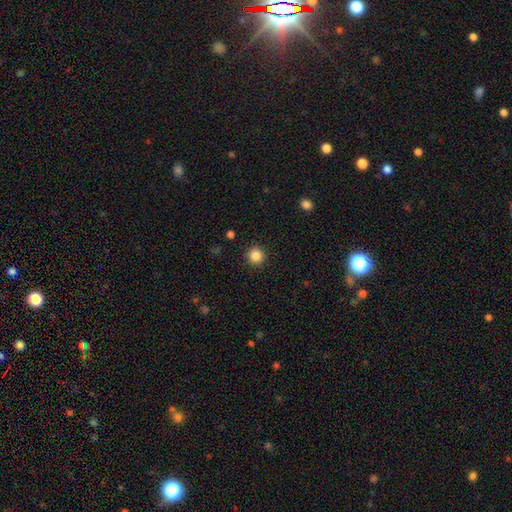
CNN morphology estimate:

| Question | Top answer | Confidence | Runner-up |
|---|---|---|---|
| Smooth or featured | smooth | 85% | star or artifact (11%) |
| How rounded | round | 93% | in between (6%) |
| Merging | none | 91% | minor disturbance (6%) |